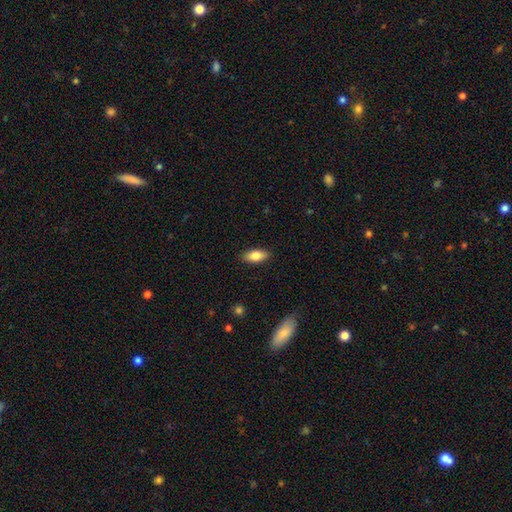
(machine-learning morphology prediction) This appears to be a smooth galaxy with no disk features (81%) that is in between round and cigar-shaped (86%). Merging: none (88%).